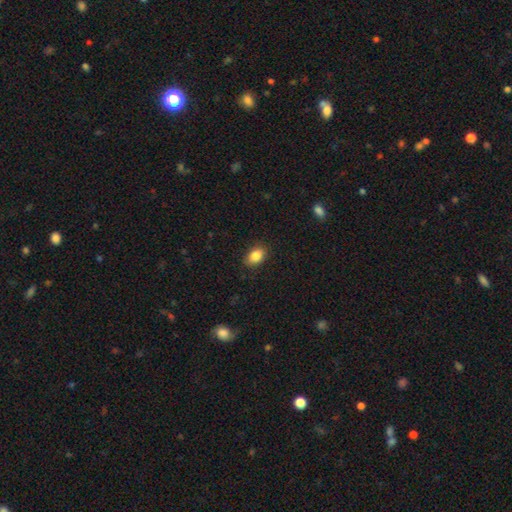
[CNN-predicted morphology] This appears to be a smooth galaxy with no disk features (86%) that is in between round and cigar-shaped (79%). Merging: none (85%).